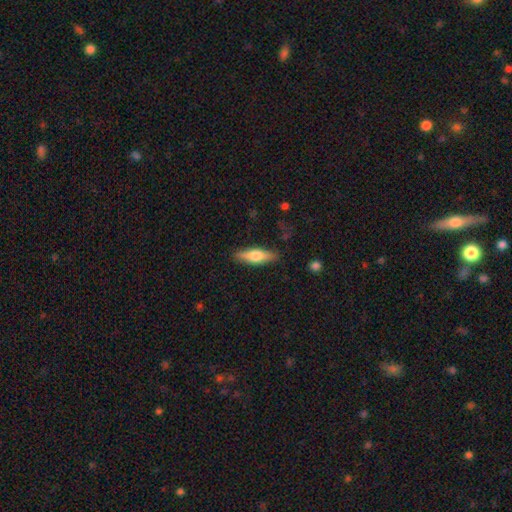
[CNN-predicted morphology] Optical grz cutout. It shows a smooth galaxy with no disk features (51%) that is cigar-shaped (60%). Merging: none (87%).